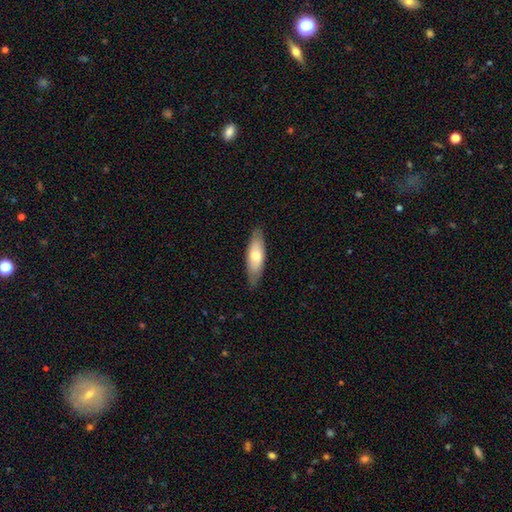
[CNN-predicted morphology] smooth 66%, featured or disk 29%, star or artifact 5%. Down the decision tree: how rounded — in between (58%); merging — none (84%).